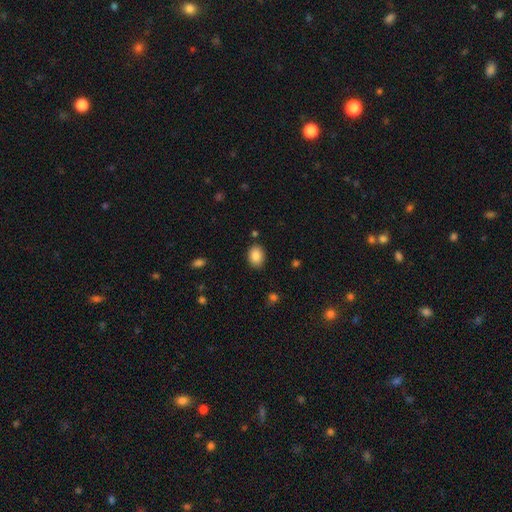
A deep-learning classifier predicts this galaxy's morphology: Overall: smooth (86%). How rounded: in between (72%). Merging: none (85%).